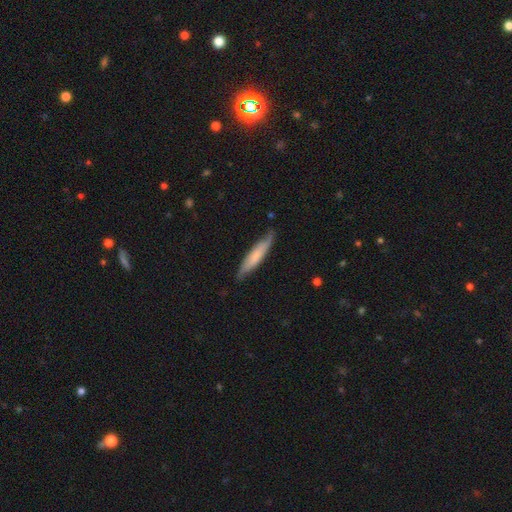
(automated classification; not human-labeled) Overall: smooth (61%; featured or disk 34%). How rounded: cigar-shaped (86%). Merging: none (75%).